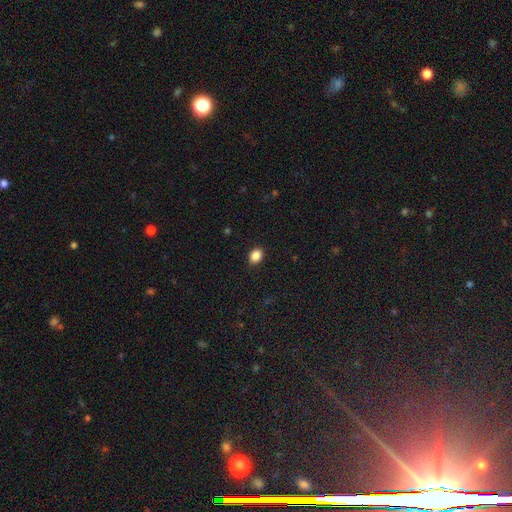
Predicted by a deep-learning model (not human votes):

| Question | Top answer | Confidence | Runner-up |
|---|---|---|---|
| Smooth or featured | smooth | 87% | star or artifact (10%) |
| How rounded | in between | 59% | round (40%) |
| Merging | none | 90% | minor disturbance (7%) |